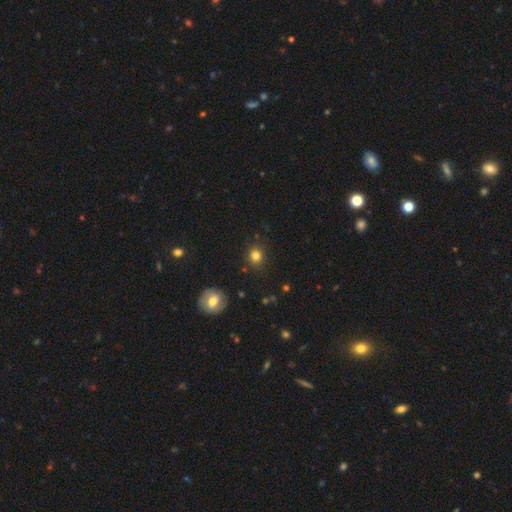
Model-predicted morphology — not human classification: A smooth galaxy with no disk features (82%) that is round (82%).

Vote fractions:
- Smooth or featured? smooth: 82% / star or artifact: 13% / featured or disk: 6%
- How rounded? round: 82% / in between: 17% / cigar-shaped: 1%
- Merging? none: 86% / minor disturbance: 9% / major disturbance: 3% / merger: 2%